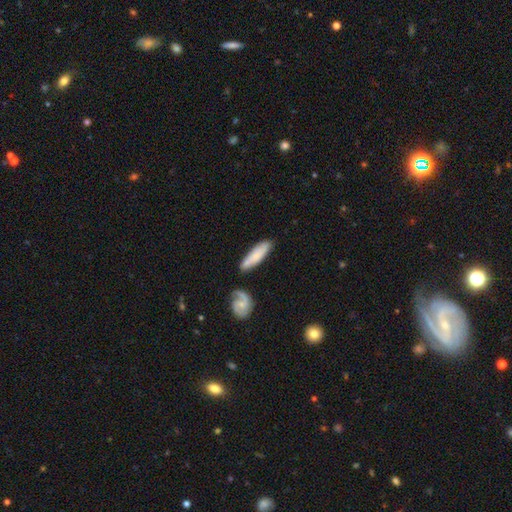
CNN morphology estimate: Smooth or featured: smooth — 67% (featured or disk — 27%)
How rounded: cigar-shaped — 63% (in between — 35%)
Merging: none — 67% (minor disturbance — 17%)